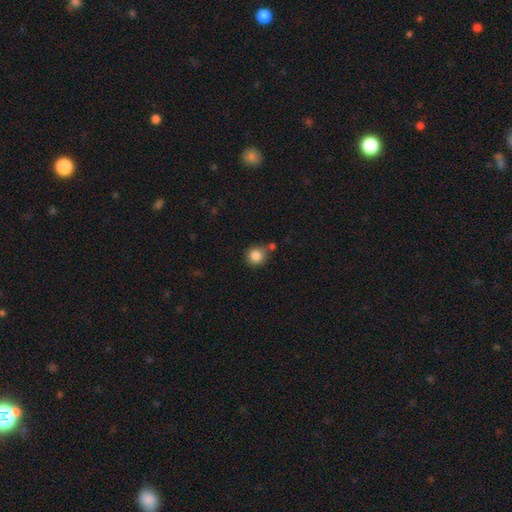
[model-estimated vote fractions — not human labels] Smooth or featured?
  - smooth: 85% *
  - star or artifact: 10%
  - featured or disk: 5%
How rounded?
  - round: 92% *
  - in between: 7%
  - cigar-shaped: 1%
Merging?
  - none: 67% *
  - merger: 15%
  - minor disturbance: 14%
  - major disturbance: 4%